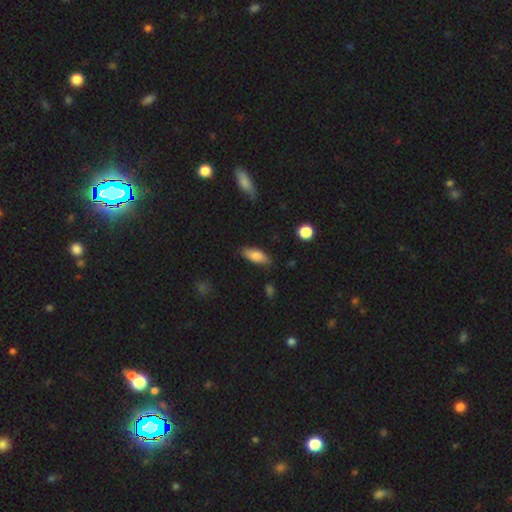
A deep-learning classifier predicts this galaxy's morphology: The model was most divided on "how rounded": in between: 76%, cigar-shaped: 22%, round: 2%. More confident: smooth or featured — smooth (81%); merging — none (81%).